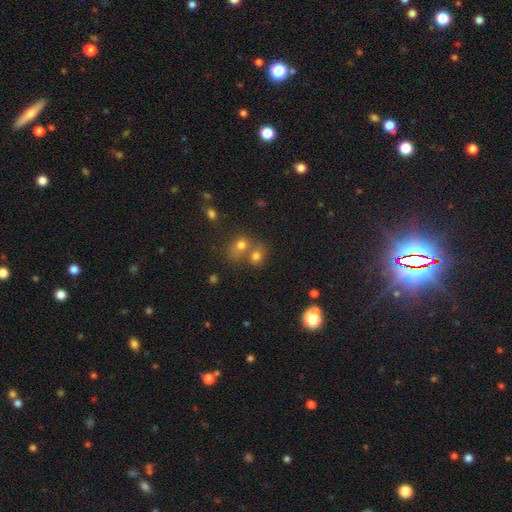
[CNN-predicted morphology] A smooth galaxy with no disk features (70%) that is round (69%).

Vote fractions:
- Smooth or featured? smooth: 70% / star or artifact: 18% / featured or disk: 12%
- How rounded? round: 69% / in between: 30% / cigar-shaped: 1%
- Merging? merger: 55% / none: 34% / minor disturbance: 7% / major disturbance: 4%